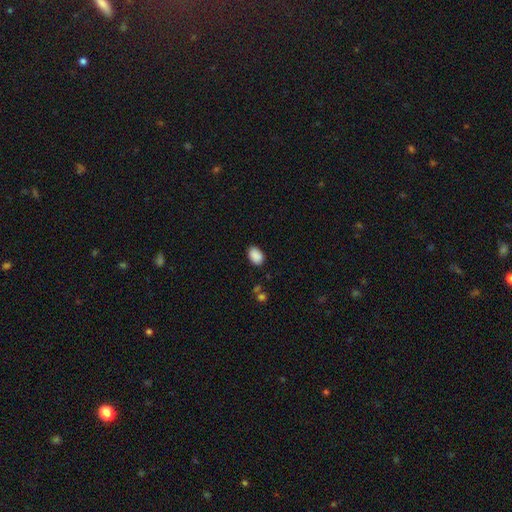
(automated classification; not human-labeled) smooth_or_featured: smooth (p=0.89) [alt: star or artifact p=0.08]
how_rounded: in between (p=0.87) [alt: round p=0.12]
merging: none (p=0.83) [alt: minor disturbance p=0.12]